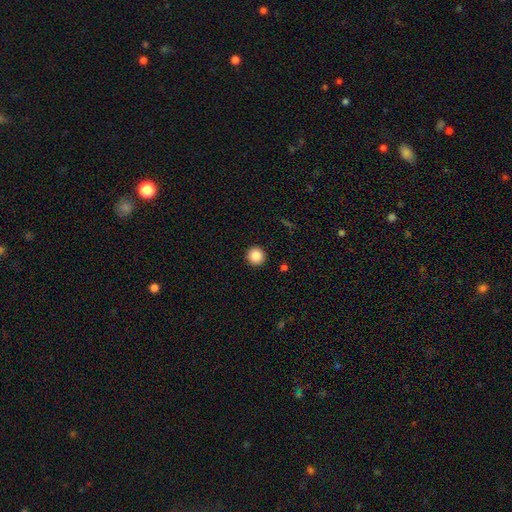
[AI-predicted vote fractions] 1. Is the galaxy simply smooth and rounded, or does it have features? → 86% smooth, 10% star or artifact, 5% featured or disk.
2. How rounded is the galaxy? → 96% round, 3% in between, 1% cigar-shaped.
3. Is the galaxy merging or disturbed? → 93% none, 4% minor disturbance, 1% major disturbance, 1% merger.